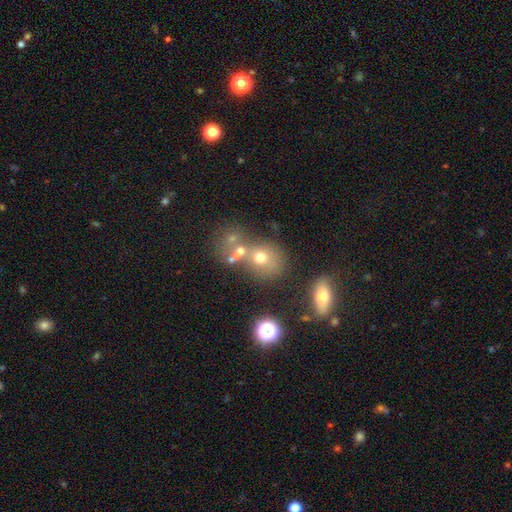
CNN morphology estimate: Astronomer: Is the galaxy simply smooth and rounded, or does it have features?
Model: smooth — 47% (runner-up: star or artifact, 30%).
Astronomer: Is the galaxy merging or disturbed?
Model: merger — 43% (runner-up: none, 42%).